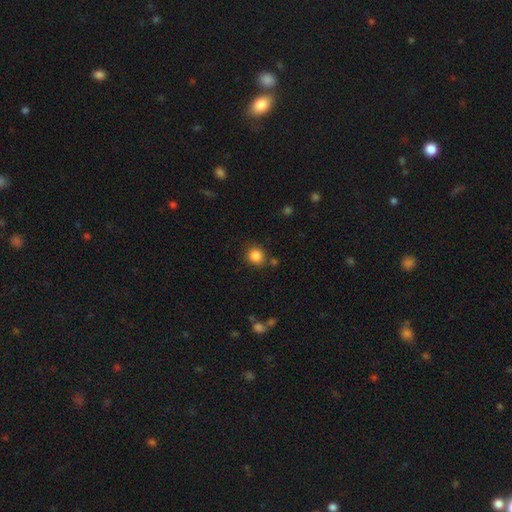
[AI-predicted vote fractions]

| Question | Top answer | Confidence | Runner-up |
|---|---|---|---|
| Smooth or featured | smooth | 86% | star or artifact (10%) |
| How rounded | round | 82% | in between (17%) |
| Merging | none | 80% | minor disturbance (11%) |